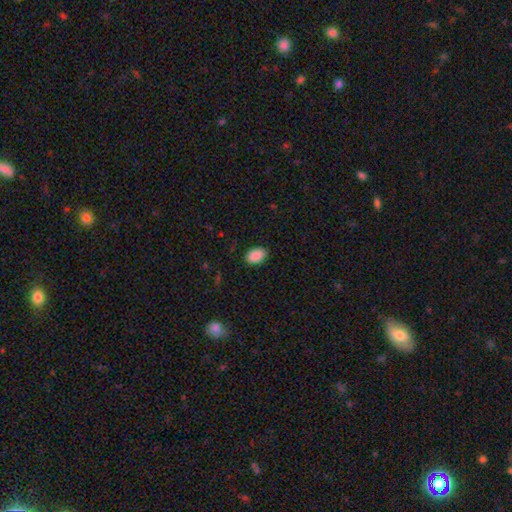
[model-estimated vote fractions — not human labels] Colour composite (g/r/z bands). It shows a smooth galaxy with no disk features (89%) that is in between round and cigar-shaped (88%). Merging: none (85%).